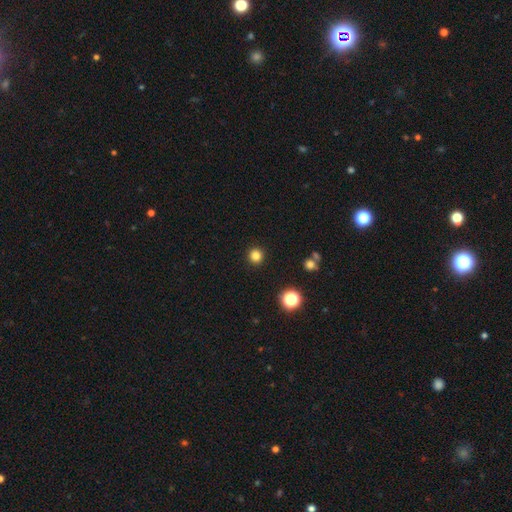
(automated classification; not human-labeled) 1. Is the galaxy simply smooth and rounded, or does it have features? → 83% smooth, 13% star or artifact, 4% featured or disk.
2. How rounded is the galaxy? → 95% round, 4% in between, 1% cigar-shaped.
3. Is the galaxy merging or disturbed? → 93% none, 4% minor disturbance, 2% major disturbance, 1% merger.